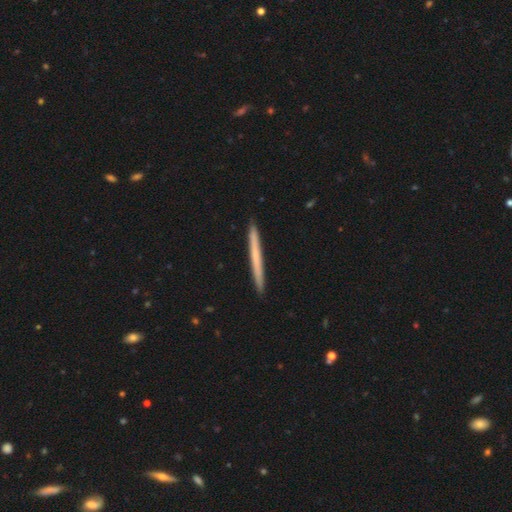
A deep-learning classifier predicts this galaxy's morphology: Smooth or featured? smooth (55%)
How rounded? cigar-shaped (97%)
Merging? none (92%)